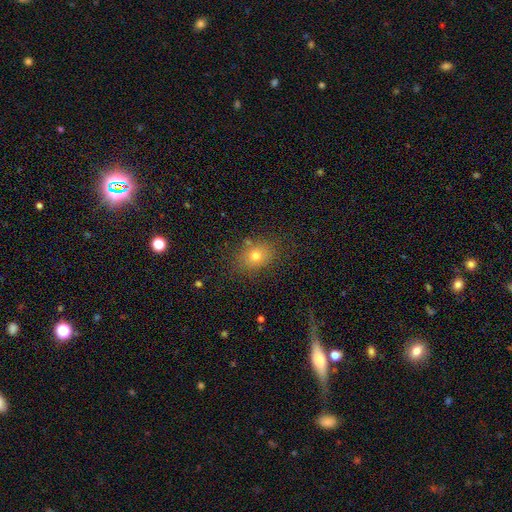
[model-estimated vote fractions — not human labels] This appears to be a smooth galaxy with no disk features (74%) that is in between round and cigar-shaped (62%). Merging: none (82%).